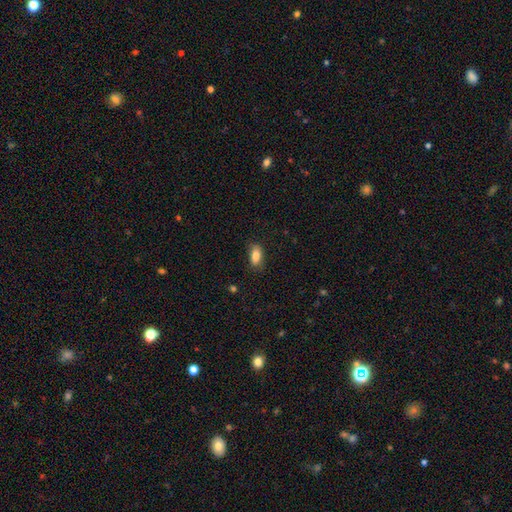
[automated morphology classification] Overall: smooth (84%). How rounded: in between (88%). Merging: none (79%).